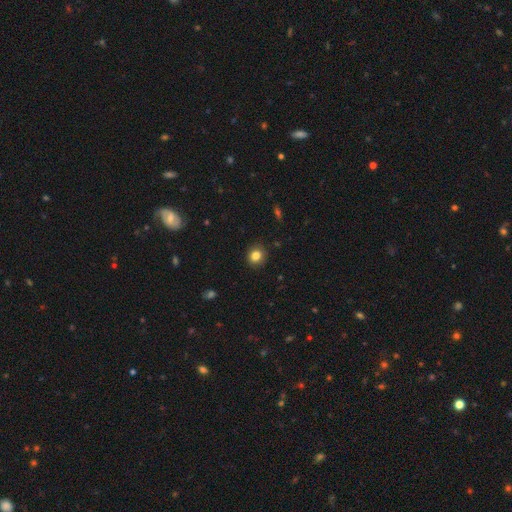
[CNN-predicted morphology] smooth-or-featured: smooth: 83% | star or artifact: 11% | featured or disk: 6%
  how-rounded: round: 85% | in between: 14% | cigar-shaped: 1%
  merging: none: 90% | minor disturbance: 7% | major disturbance: 2% | merger: 1%